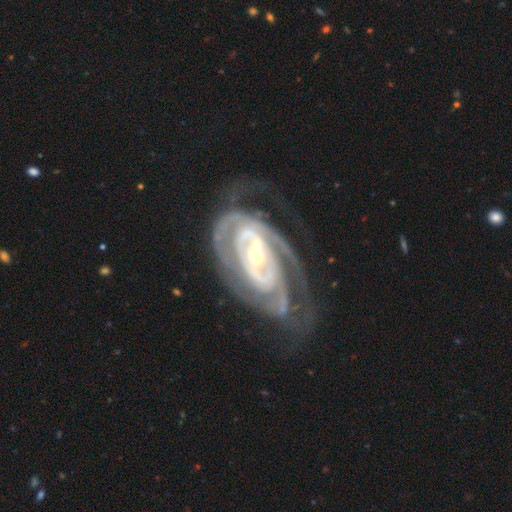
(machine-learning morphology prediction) This appears to be a featured or disk galaxy (90%) with a strong bar (36%), 2 (46%) tight (64%) spiral arms (93%) and a small central bulge (55%). Merging: none (56%).